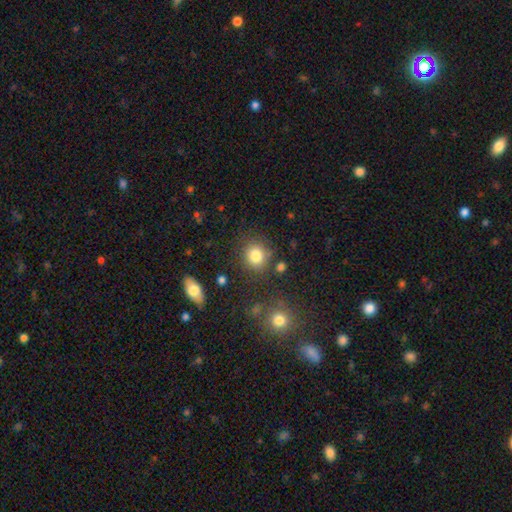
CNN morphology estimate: Smooth or featured: smooth — 82% (star or artifact — 11%)
How rounded: round — 82% (in between — 17%)
Merging: none — 81% (minor disturbance — 11%)